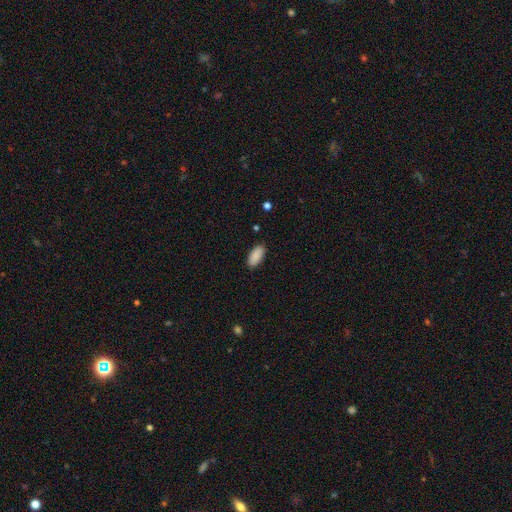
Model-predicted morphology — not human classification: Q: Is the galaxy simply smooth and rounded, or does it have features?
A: smooth — 90%.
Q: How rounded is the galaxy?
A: in between — 91%.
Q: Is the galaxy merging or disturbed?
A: none — 86%.